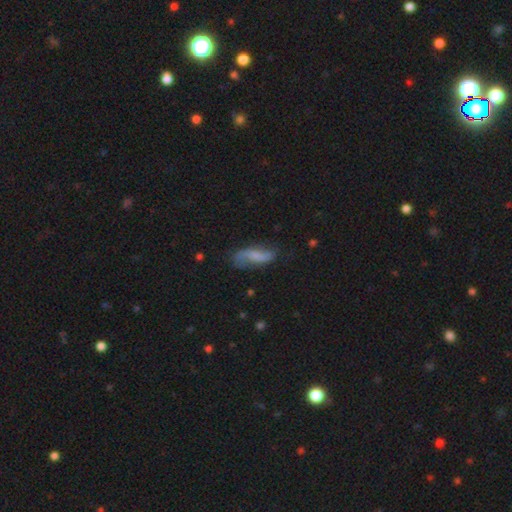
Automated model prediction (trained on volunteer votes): Smooth or featured? featured or disk (53%)
Edge-on disk? no (88%)
Merging? none (63%)